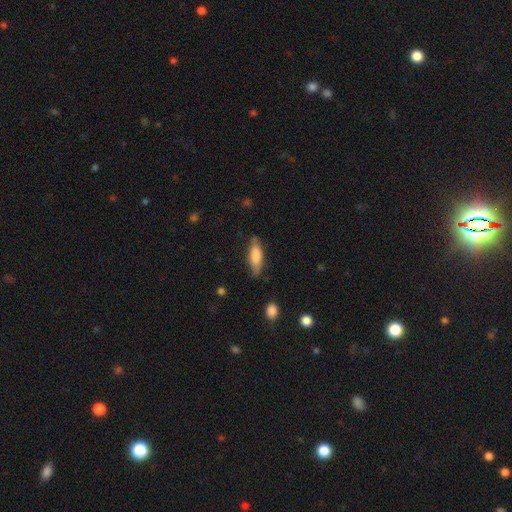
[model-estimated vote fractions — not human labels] Q: Smooth or featured?
A: smooth (77%); runner-up: featured or disk (17%)
Q: How rounded?
A: in between (50%); runner-up: cigar-shaped (48%)
Q: Merging?
A: none (76%); runner-up: minor disturbance (18%)